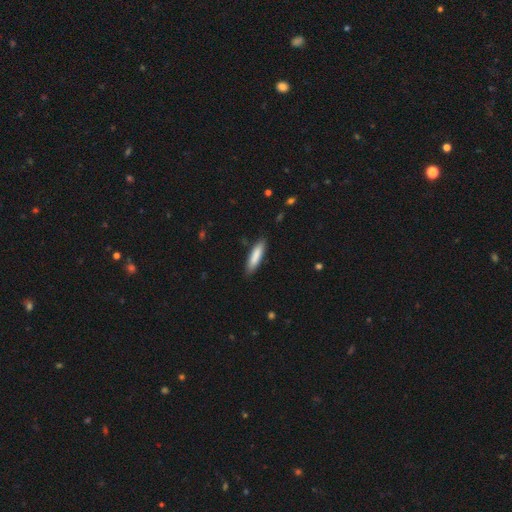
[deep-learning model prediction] Smooth or featured? Predicted: smooth (p=0.84). How rounded? Predicted: cigar-shaped (p=0.75). Merging? Predicted: none (p=0.87).